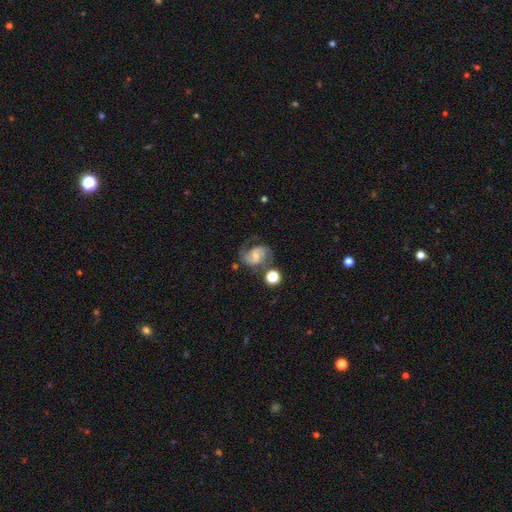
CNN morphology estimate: This is likely a featured or disk galaxy (79%). It is clearly not viewed edge-on (98%). Bar: possibly weak (50%). Spiral arm pattern: clearly yes (96%). Spiral arm count: clearly 2 (88%). Spiral winding: possibly medium (54%). Central bulge: possibly small (56%). Merging: possibly none (60%).